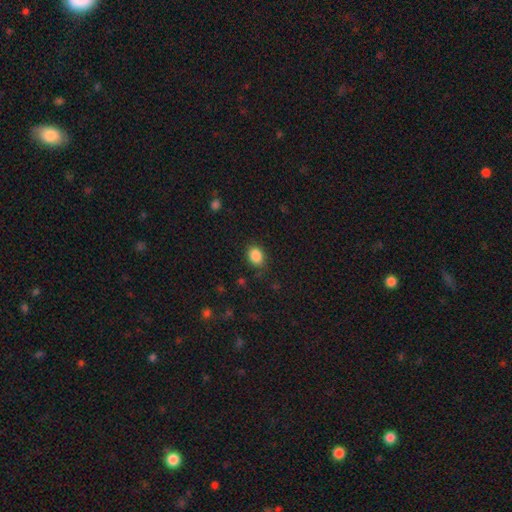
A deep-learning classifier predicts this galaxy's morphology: smooth_or_featured: smooth (p=0.87) [alt: star or artifact p=0.09]
how_rounded: in between (p=0.62) [alt: round p=0.37]
merging: none (p=0.83) [alt: minor disturbance p=0.12]